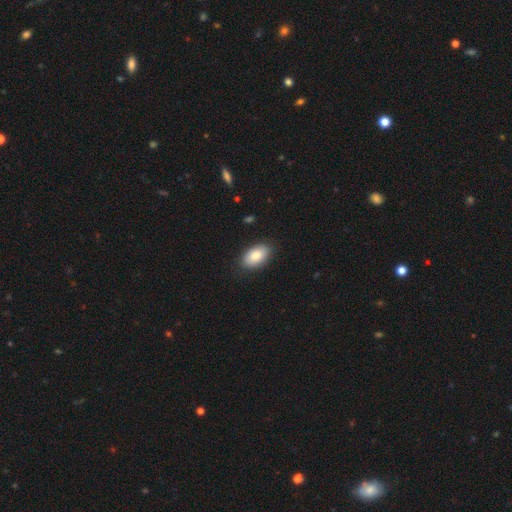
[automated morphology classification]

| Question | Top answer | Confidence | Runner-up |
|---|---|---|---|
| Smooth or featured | smooth | 86% | featured or disk (8%) |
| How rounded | in between | 93% | round (5%) |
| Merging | none | 85% | minor disturbance (11%) |